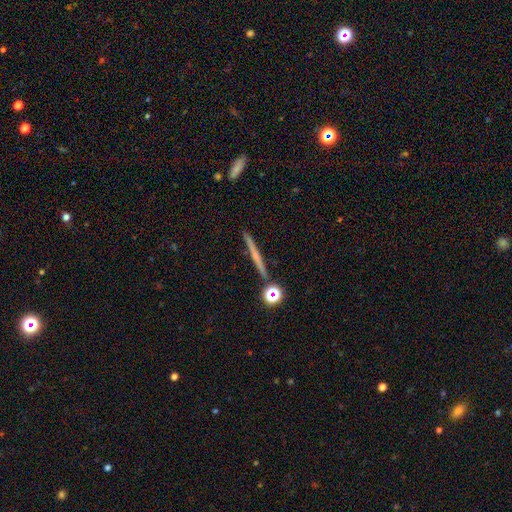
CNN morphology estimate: Overall: featured or disk (55%; smooth 36%). Edge-on disk: yes (97%). Edge-on bulge: none (62%; rounded 31%). Merging: none (89%).